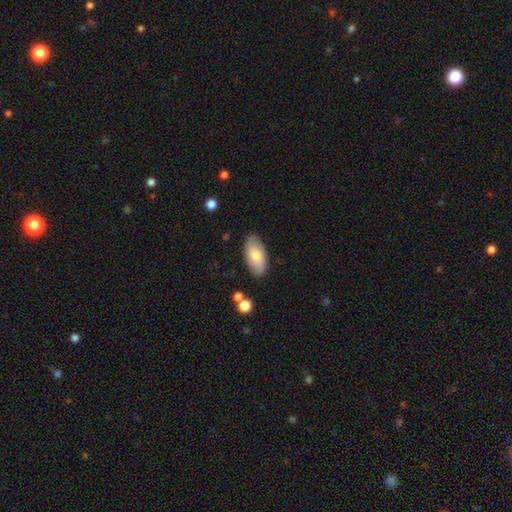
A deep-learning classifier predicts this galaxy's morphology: smooth-or-featured: smooth: 69% | featured or disk: 24% | star or artifact: 6%
  how-rounded: in between: 92% | cigar-shaped: 5% | round: 3%
  merging: none: 85% | minor disturbance: 11% | major disturbance: 2% | merger: 2%